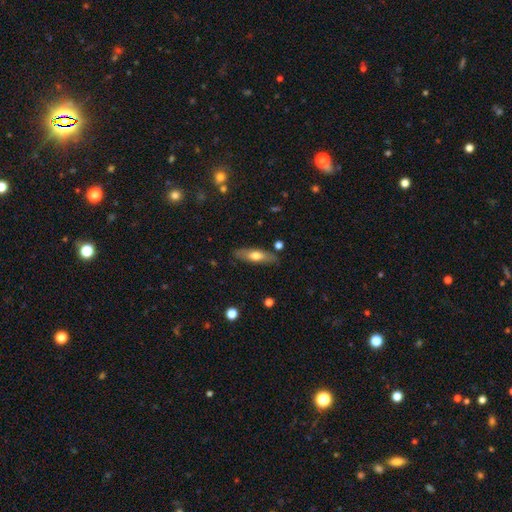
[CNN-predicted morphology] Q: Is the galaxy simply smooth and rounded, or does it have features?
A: smooth — 57%.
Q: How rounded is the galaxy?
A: in between — 50%.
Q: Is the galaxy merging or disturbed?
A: none — 84%.